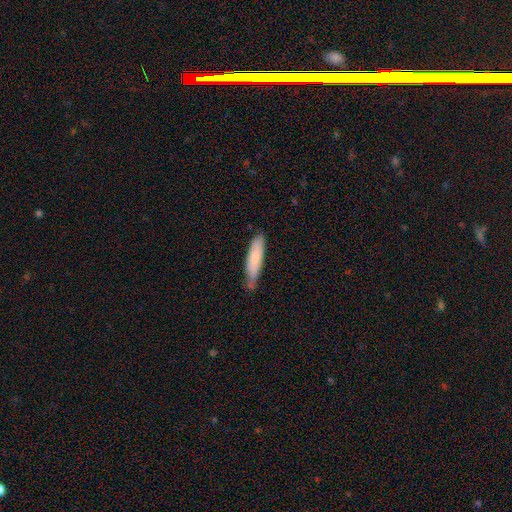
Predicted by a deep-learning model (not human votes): Morphology: type=smooth (79%); roundness=cigar-shaped (74%); merging=none (62%).